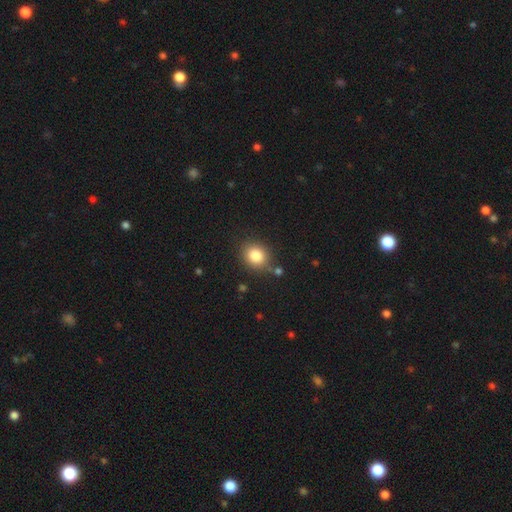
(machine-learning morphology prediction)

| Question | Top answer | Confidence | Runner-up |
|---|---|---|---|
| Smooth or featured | smooth | 83% | star or artifact (10%) |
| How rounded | round | 64% | in between (35%) |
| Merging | none | 80% | minor disturbance (12%) |